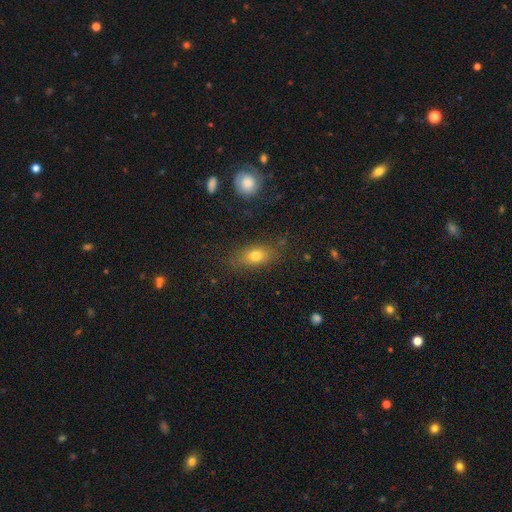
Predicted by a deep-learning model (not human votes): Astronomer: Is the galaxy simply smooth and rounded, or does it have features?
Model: smooth — 75%.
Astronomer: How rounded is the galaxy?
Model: in between — 76%.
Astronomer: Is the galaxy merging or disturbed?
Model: none — 79%.